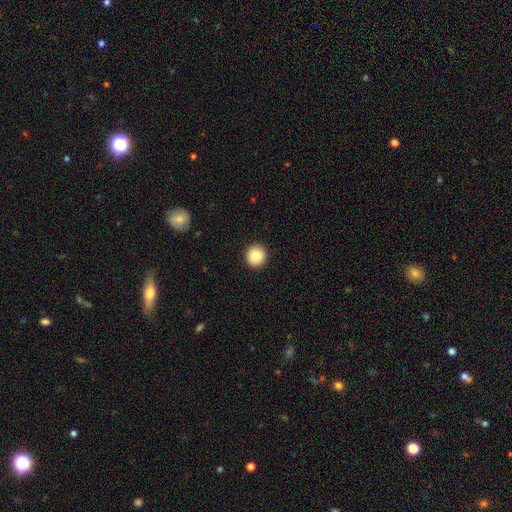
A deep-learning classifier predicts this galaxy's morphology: smooth-or-featured: smooth: 84% | star or artifact: 8% | featured or disk: 7%
  how-rounded: round: 95% | in between: 4% | cigar-shaped: 1%
  merging: none: 93% | minor disturbance: 4% | major disturbance: 1% | merger: 1%